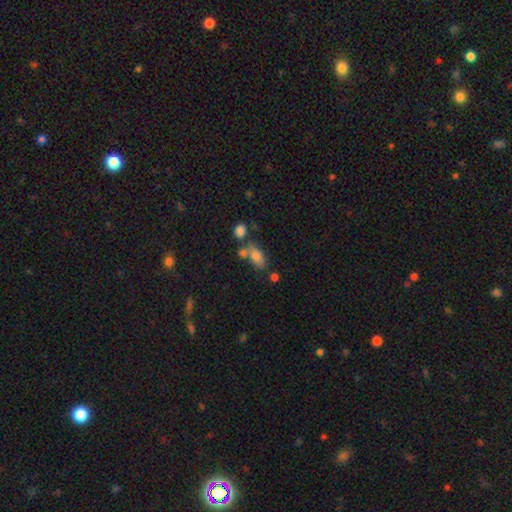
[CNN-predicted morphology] The model was most divided on "merging": none: 53%, merger: 25%, minor disturbance: 15%, major disturbance: 6%. More confident: how rounded — in between (84%); smooth or featured — smooth (77%).